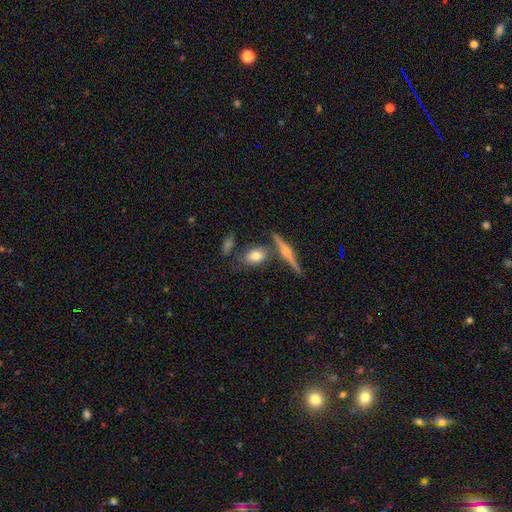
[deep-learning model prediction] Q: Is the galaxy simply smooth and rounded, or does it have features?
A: smooth — 69%.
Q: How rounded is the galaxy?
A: in between — 74%.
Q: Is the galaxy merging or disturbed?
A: none — 65%.